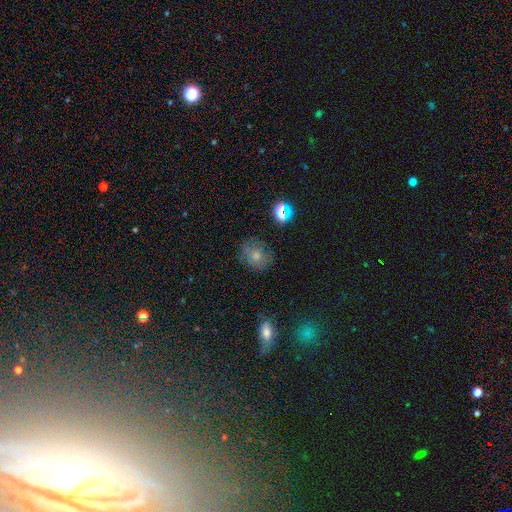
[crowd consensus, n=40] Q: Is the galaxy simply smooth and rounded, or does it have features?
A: smooth — 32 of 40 (80%).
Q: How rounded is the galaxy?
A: round — 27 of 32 (84%).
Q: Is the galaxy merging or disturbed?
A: none — 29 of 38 (76%).